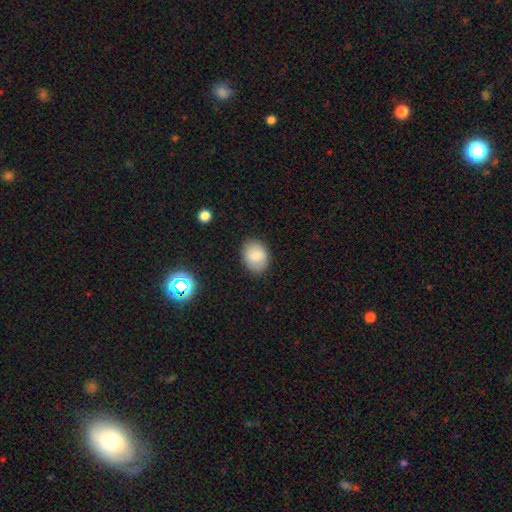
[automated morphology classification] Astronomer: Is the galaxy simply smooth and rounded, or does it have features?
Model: smooth — 84%.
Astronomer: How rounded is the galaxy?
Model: in between — 60% (runner-up: round, 39%).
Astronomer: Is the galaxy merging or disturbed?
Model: none — 84%.